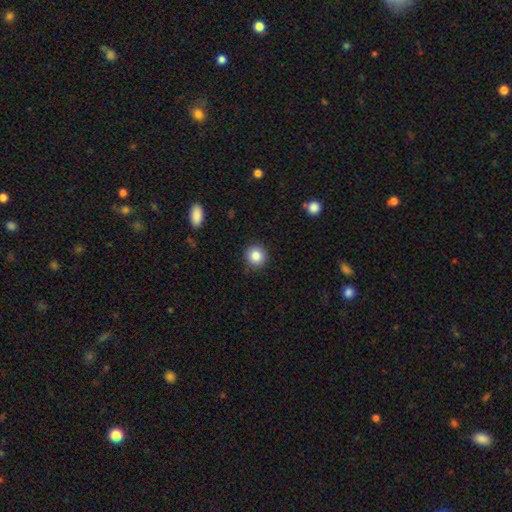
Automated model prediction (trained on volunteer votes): The model was most divided on "smooth or featured": smooth: 86%, star or artifact: 9%, featured or disk: 5%. More confident: how rounded — round (92%); merging — none (91%).